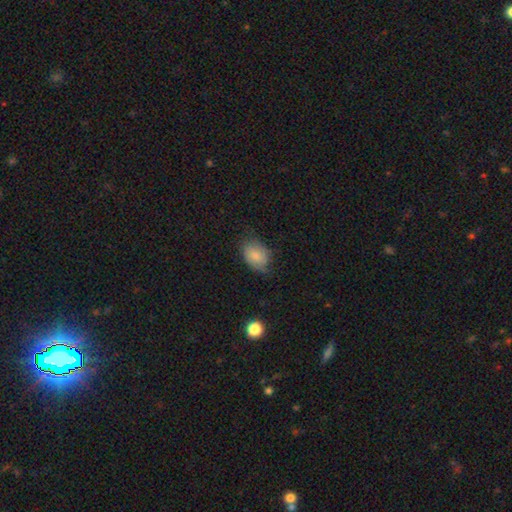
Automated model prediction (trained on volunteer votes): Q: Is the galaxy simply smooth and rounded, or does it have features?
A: smooth — 76%.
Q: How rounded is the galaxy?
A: in between — 79%.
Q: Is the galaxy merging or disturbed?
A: none — 59%.